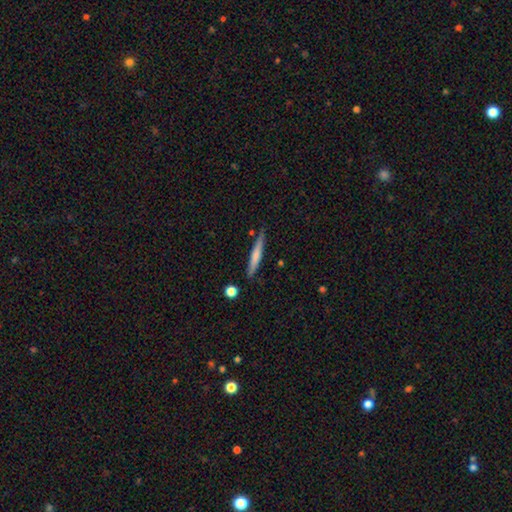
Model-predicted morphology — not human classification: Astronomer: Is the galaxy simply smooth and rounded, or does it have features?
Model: smooth — 61%.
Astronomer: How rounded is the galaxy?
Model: cigar-shaped — 94%.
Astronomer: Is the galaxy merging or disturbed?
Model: none — 84%.